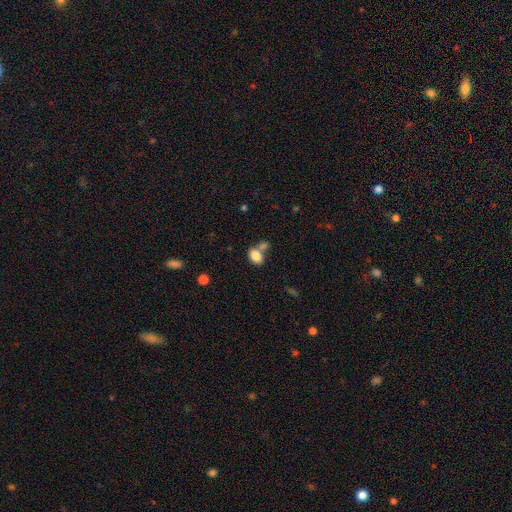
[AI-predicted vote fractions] This is clearly a smooth galaxy (84%). How rounded: likely in between (80%). Merging: possibly none (46%).